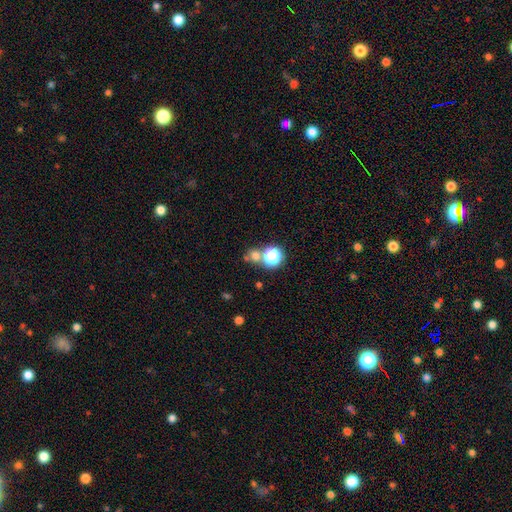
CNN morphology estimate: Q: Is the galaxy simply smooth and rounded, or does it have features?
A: smooth — 63%.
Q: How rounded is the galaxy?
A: round — 84%.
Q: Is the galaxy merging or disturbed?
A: none — 60%.